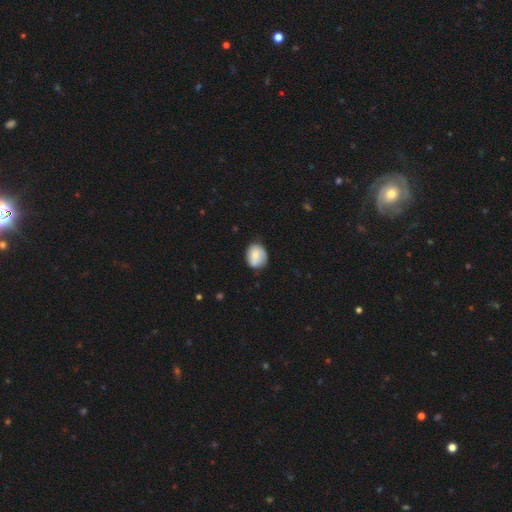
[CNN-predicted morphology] Smooth or featured? Predicted: smooth (p=0.72). How rounded? Predicted: round (p=0.63). Merging? Predicted: none (p=0.69).